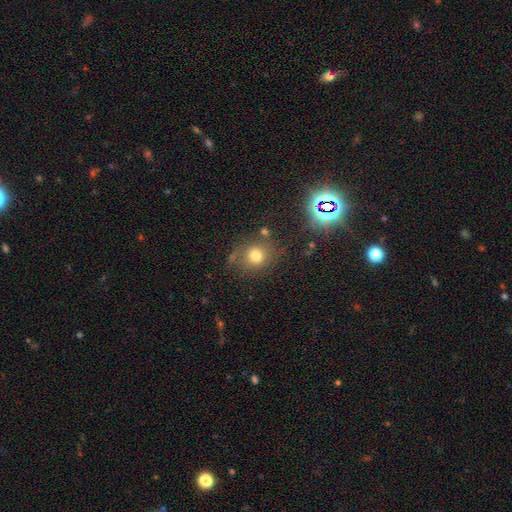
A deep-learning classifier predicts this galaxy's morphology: A smooth galaxy with no disk features (72%) that is round (78%). Merging: none (72%).